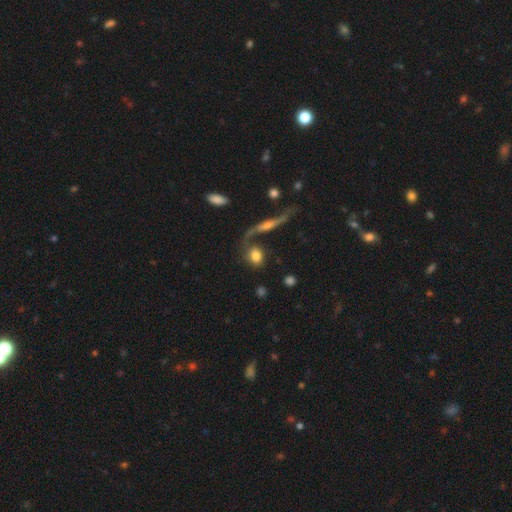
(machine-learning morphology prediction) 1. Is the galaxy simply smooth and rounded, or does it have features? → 73% smooth, 19% featured or disk, 8% star or artifact.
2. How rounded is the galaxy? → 51% round, 45% in between, 4% cigar-shaped.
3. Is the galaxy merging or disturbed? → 55% none, 19% merger, 14% minor disturbance, 11% major disturbance.